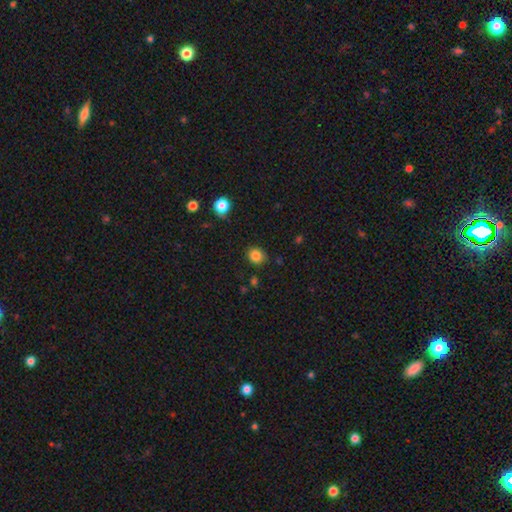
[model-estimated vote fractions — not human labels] Smooth or featured?
  - smooth: 84% *
  - star or artifact: 11%
  - featured or disk: 4%
How rounded?
  - round: 76% *
  - in between: 23%
  - cigar-shaped: 1%
Merging?
  - none: 84% *
  - minor disturbance: 11%
  - major disturbance: 3%
  - merger: 2%